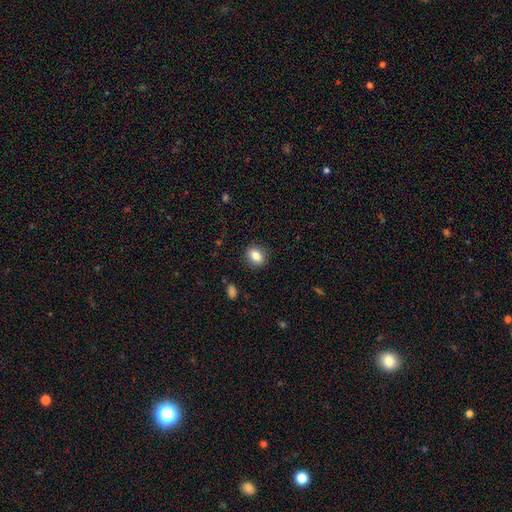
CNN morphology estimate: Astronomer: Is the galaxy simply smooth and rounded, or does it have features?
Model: smooth — 84%.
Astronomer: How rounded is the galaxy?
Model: in between — 51% (runner-up: round, 48%).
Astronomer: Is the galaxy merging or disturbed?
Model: none — 89%.